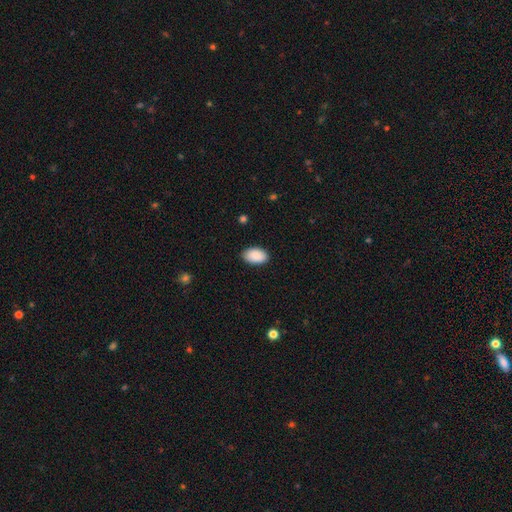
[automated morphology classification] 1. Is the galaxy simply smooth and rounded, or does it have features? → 91% smooth, 6% star or artifact, 3% featured or disk.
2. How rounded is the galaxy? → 94% in between, 5% round, 1% cigar-shaped.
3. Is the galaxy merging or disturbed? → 87% none, 10% minor disturbance, 2% major disturbance, 1% merger.